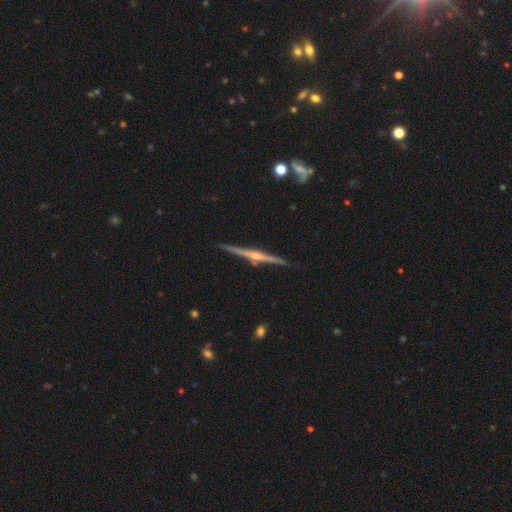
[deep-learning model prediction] Overall: featured or disk (83%). Edge-on disk: yes (99%). Edge-on bulge: rounded (84%). Merging: none (91%).